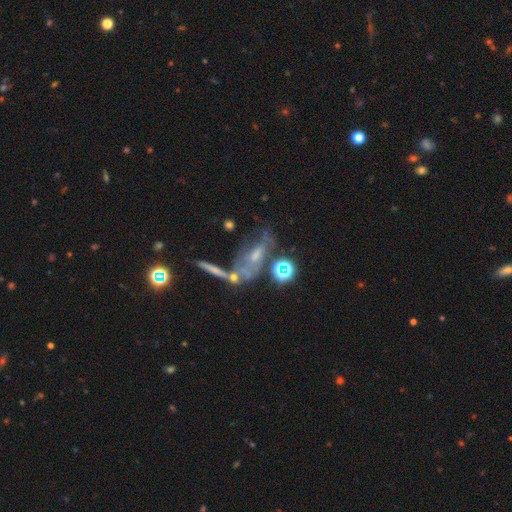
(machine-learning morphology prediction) Smooth or featured?
  - featured or disk: 42% *
  - smooth: 38%
  - star or artifact: 20%
Merging?
  - merger: 31% *
  - none: 30%
  - major disturbance: 21%
  - minor disturbance: 18%